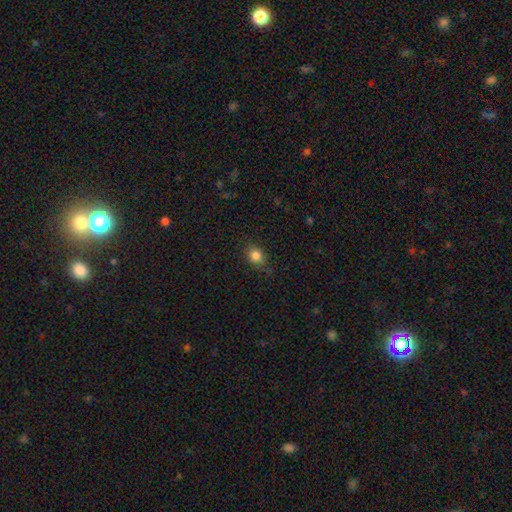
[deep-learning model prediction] This appears to be a smooth galaxy with no disk features (83%) that is round (56%). Merging: none (77%).